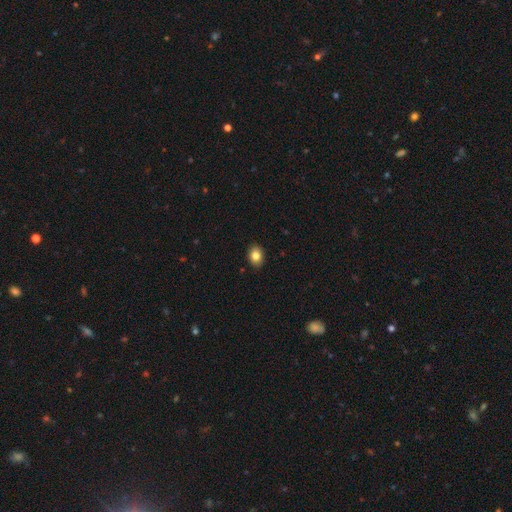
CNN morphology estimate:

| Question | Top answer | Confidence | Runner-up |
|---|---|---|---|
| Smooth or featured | smooth | 84% | star or artifact (9%) |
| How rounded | in between | 66% | round (33%) |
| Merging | none | 89% | minor disturbance (8%) |